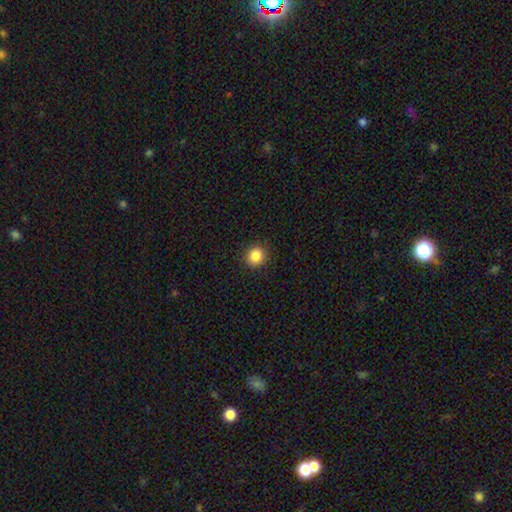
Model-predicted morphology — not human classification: This is clearly a smooth galaxy (86%). How rounded: clearly round (86%). Merging: clearly none (91%).